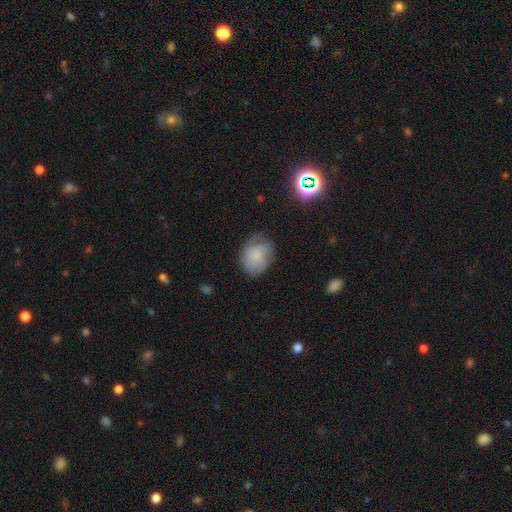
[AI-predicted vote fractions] Smooth or featured? smooth (70%)
How rounded? in between (60%)
Merging? none (57%)